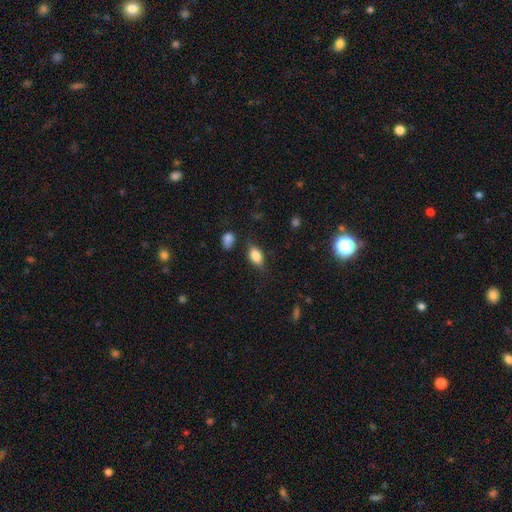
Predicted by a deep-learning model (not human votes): A smooth galaxy with no disk features (81%) that is in between round and cigar-shaped (86%).

Vote fractions:
- Smooth or featured? smooth: 81% / featured or disk: 11% / star or artifact: 8%
- How rounded? in between: 86% / round: 9% / cigar-shaped: 5%
- Merging? none: 74% / minor disturbance: 18% / major disturbance: 5% / merger: 3%